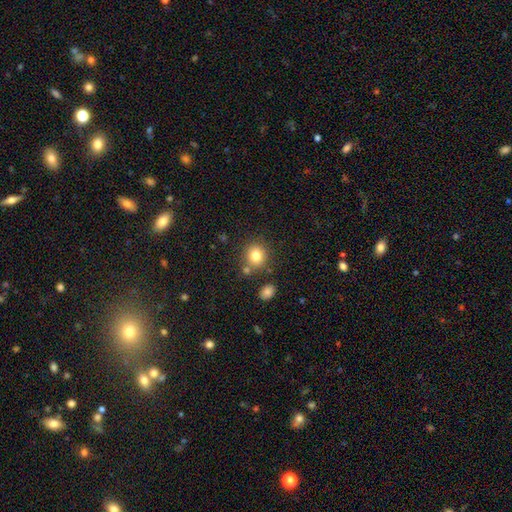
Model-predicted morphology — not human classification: This appears to be a smooth galaxy with no disk features (81%) that is round (83%). Merging: none (77%).